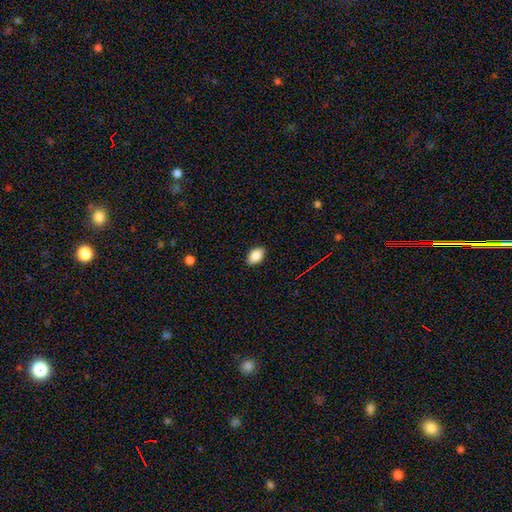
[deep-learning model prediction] smooth 88%, star or artifact 8%, featured or disk 4%. Down the decision tree: how rounded — in between (87%); merging — none (89%).